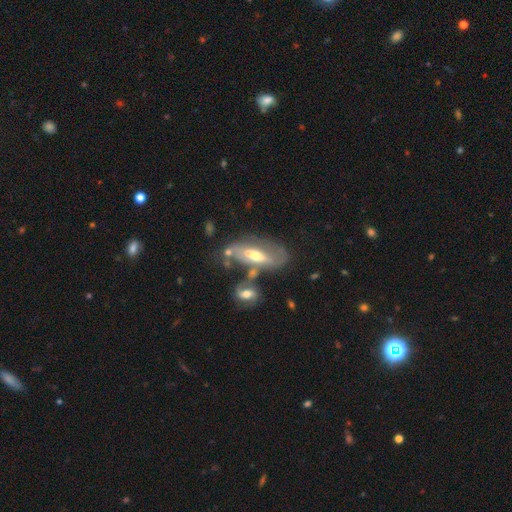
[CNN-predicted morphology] Smooth or featured? featured or disk (61%)
Edge-on disk? no (82%)
Merging? merger (36%)